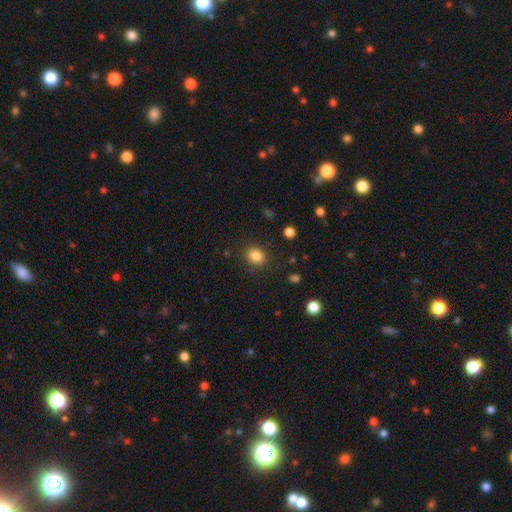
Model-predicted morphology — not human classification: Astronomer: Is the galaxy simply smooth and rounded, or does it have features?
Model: smooth — 84%.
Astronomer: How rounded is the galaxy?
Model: round — 63%.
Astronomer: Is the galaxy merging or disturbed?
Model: none — 85%.